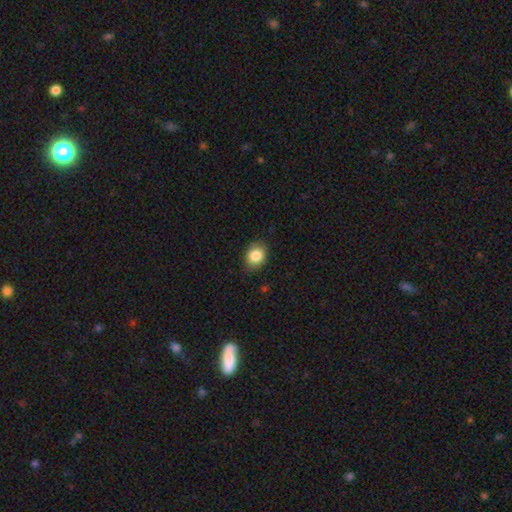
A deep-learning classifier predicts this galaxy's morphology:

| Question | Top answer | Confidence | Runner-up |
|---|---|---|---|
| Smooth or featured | smooth | 85% | star or artifact (8%) |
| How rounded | in between | 59% | round (40%) |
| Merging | none | 82% | minor disturbance (14%) |